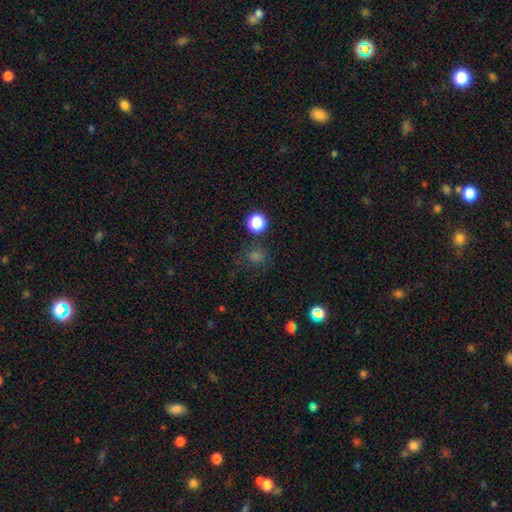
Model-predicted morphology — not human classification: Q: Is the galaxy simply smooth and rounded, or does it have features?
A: smooth — 62%.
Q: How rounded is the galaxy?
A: round — 86%.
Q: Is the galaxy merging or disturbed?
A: none — 76%.